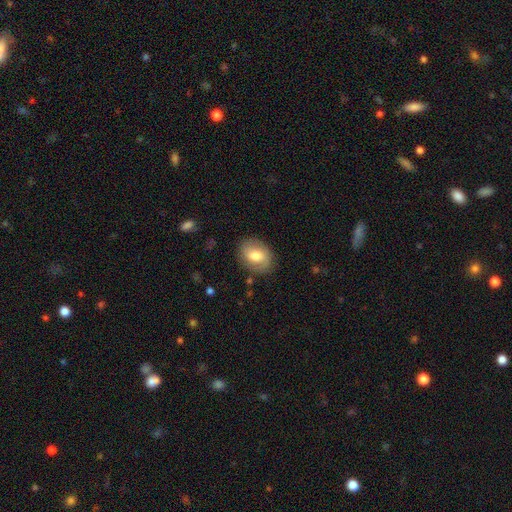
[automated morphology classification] type=smooth (63%); roundness=in between (60%); merging=none (81%).